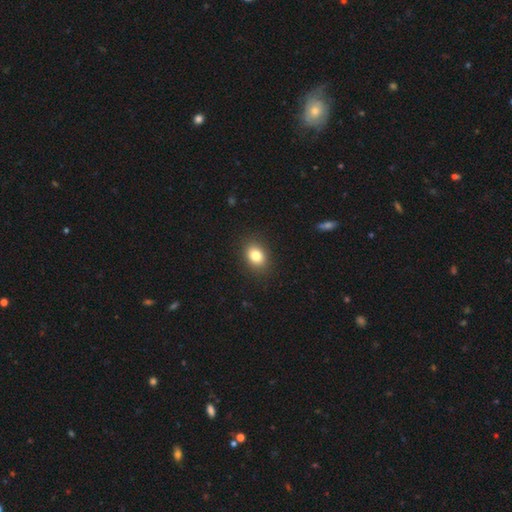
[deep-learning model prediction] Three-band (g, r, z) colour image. It shows a smooth galaxy with no disk features (82%) that is in between round and cigar-shaped (62%). Merging: none (89%).